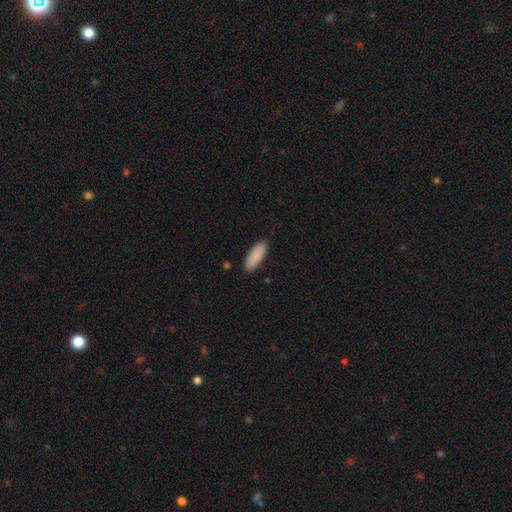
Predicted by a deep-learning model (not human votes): A smooth galaxy with no disk features (89%) that is in between round and cigar-shaped (71%). Merging: none (86%).